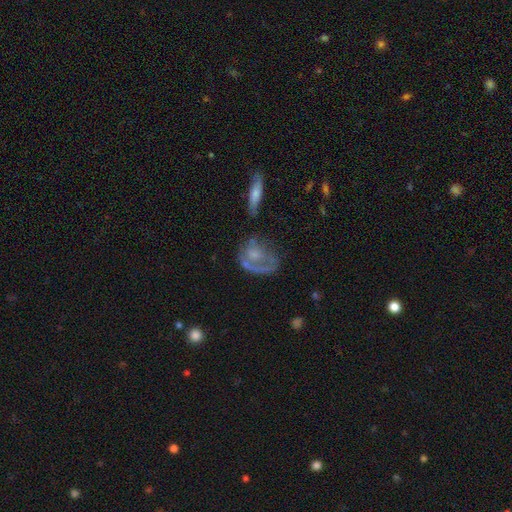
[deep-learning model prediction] featured or disk 56%, smooth 34%, star or artifact 10%. Down the decision tree: edge-on disk — no (95%); bar — no (81%); spiral arms — no (56%); bulge size — none (35%); merging — none (40%).